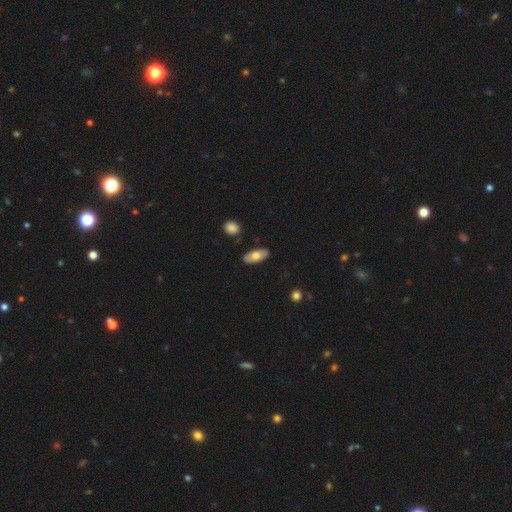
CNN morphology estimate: A smooth galaxy with no disk features (71%) that is in between round and cigar-shaped (88%). Merging: none (86%).